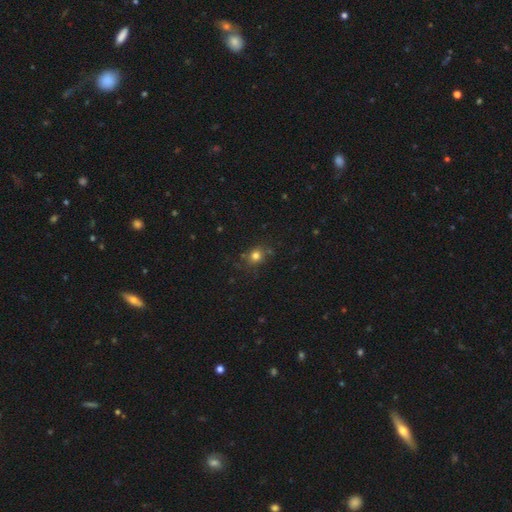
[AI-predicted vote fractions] smooth-or-featured: smooth: 77% | star or artifact: 16% | featured or disk: 8%
  how-rounded: round: 77% | in between: 22% | cigar-shaped: 1%
  merging: none: 77% | minor disturbance: 14% | major disturbance: 5% | merger: 4%